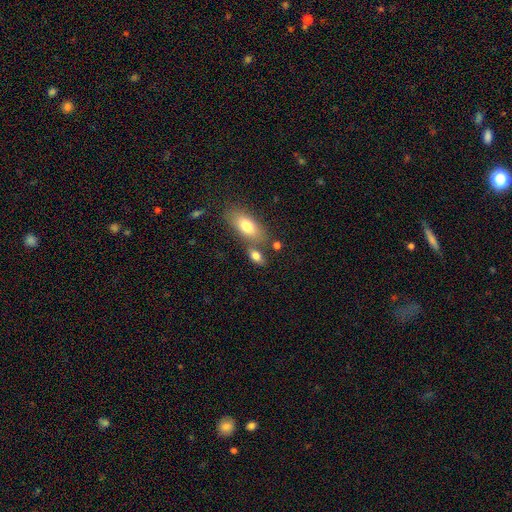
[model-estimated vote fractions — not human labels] smooth-or-featured: smooth: 77% | featured or disk: 14% | star or artifact: 9%
  how-rounded: in between: 82% | round: 9% | cigar-shaped: 9%
  merging: none: 53% | merger: 29% | minor disturbance: 13% | major disturbance: 5%